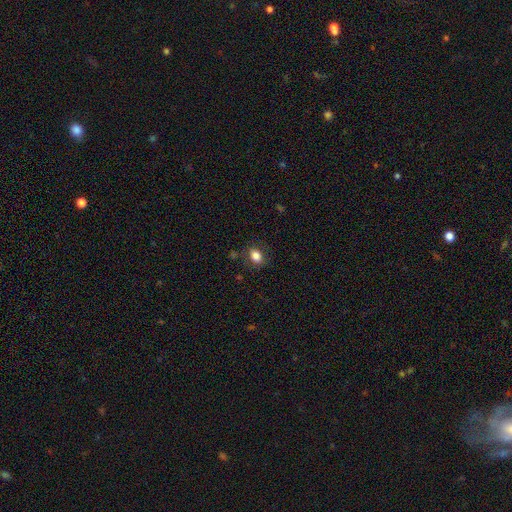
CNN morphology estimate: Overall: smooth (83%). How rounded: in between (67%; round 32%). Merging: none (82%).